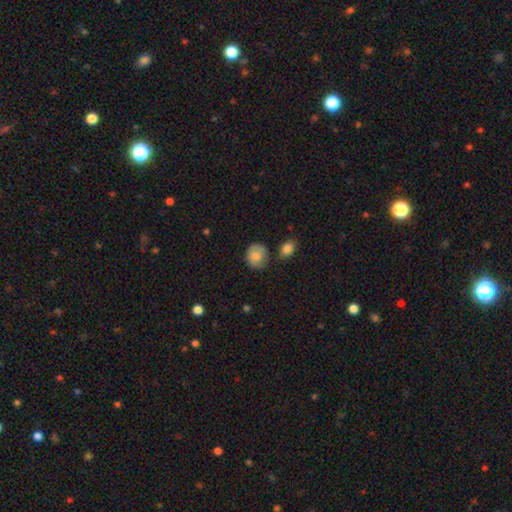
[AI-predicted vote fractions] This appears to be a smooth galaxy with no disk features (77%) that is round (72%). Merging: none (57%).